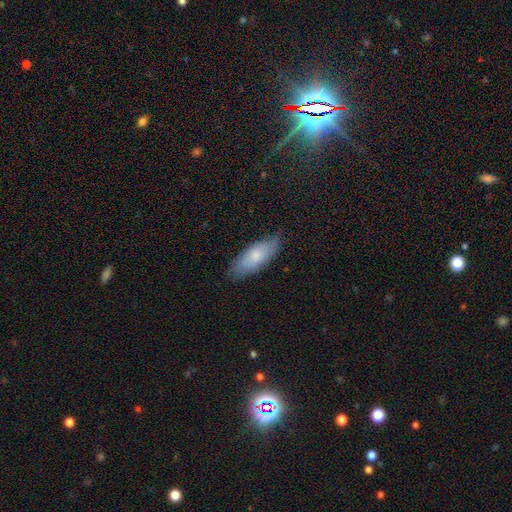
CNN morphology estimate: Smooth or featured? smooth (66%)
How rounded? in between (74%)
Merging? none (75%)